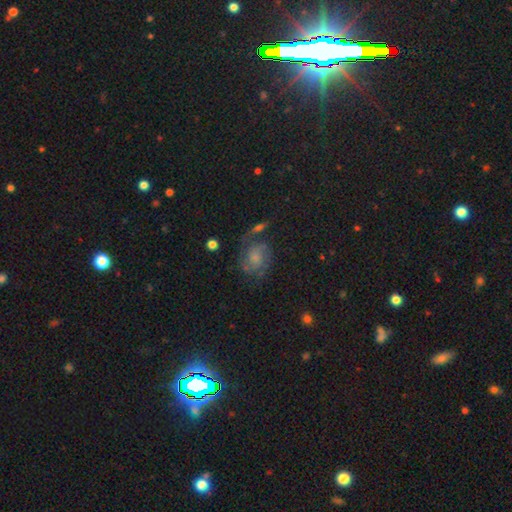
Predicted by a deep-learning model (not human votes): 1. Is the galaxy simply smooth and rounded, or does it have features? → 57% featured or disk, 23% star or artifact, 20% smooth.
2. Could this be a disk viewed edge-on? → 97% no, 3% yes.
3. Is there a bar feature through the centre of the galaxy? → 65% no, 30% weak, 6% strong.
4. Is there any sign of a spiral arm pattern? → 91% yes, 9% no.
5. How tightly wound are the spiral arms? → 48% medium, 35% tight, 17% loose.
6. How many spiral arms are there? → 66% 2, 15% can't tell, 7% 3, 5% 1, 3% 4, 3% more than 4.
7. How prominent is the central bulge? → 38% small, 37% moderate, 12% none, 10% large, 3% dominant.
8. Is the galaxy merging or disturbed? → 64% none, 18% minor disturbance, 12% major disturbance, 6% merger.